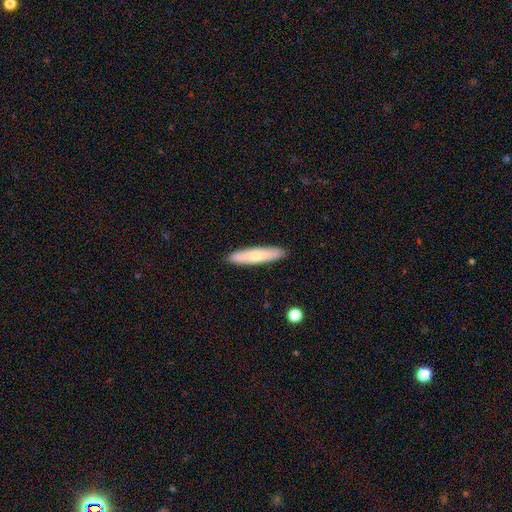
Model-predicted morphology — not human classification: Overall: smooth (65%; featured or disk 29%). How rounded: cigar-shaped (85%). Merging: none (91%).